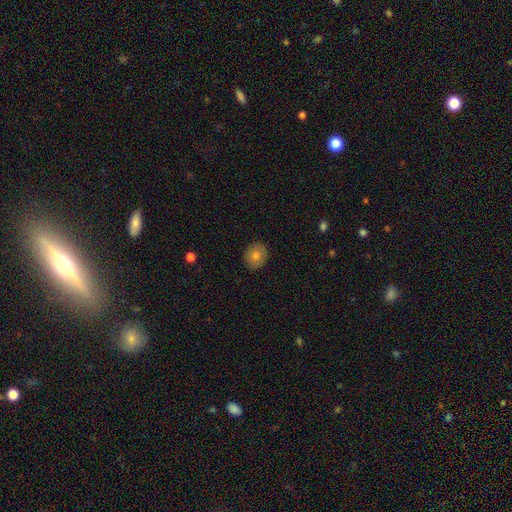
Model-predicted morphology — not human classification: A smooth galaxy with no disk features (75%) that is round (65%). Merging: none (88%).